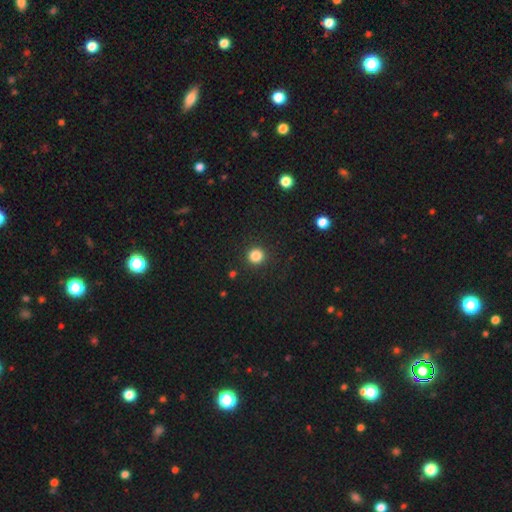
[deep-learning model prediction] The model was most divided on "smooth or featured": smooth: 85%, star or artifact: 12%, featured or disk: 4%. More confident: how rounded — round (93%); merging — none (91%).